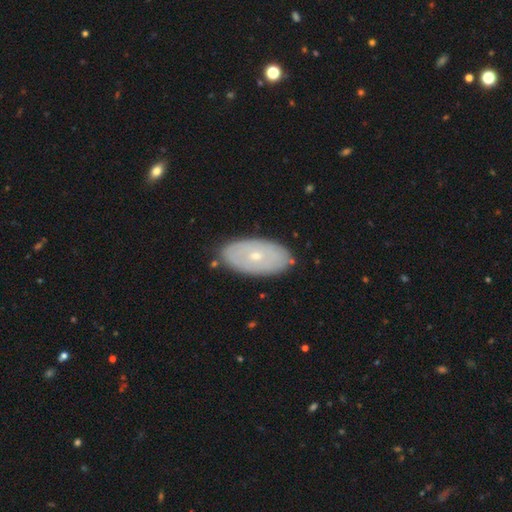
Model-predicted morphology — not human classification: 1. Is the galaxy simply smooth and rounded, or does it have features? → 50% featured or disk, 44% smooth, 6% star or artifact.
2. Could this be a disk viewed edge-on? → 86% no, 14% yes.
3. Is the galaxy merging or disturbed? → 85% none, 11% minor disturbance, 2% major disturbance, 1% merger.